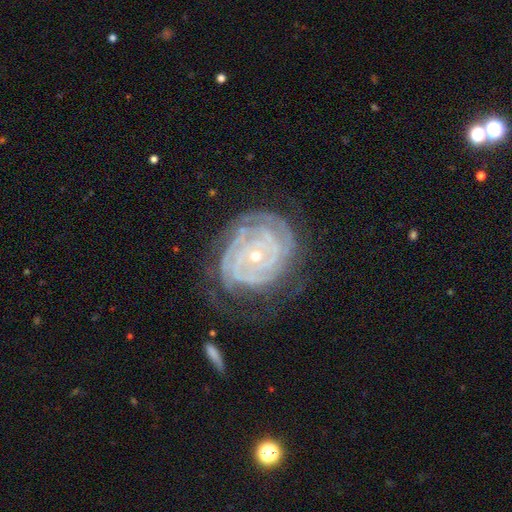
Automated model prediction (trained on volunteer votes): smooth_or_featured: featured or disk (p=0.89) [alt: star or artifact p=0.06]
disk_edge_on: no (p=0.97) [alt: yes p=0.03]
bar: no (p=0.74) [alt: weak p=0.17]
has_spiral_arms: yes (p=0.98) [alt: no p=0.02]
spiral_winding: tight (p=0.88) [alt: medium p=0.10]
spiral_arm_count: can't tell (p=0.23) [alt: 4 p=0.21]
bulge_size: small (p=0.76) [alt: moderate p=0.21]
merging: none (p=0.68) [alt: minor disturbance p=0.20]